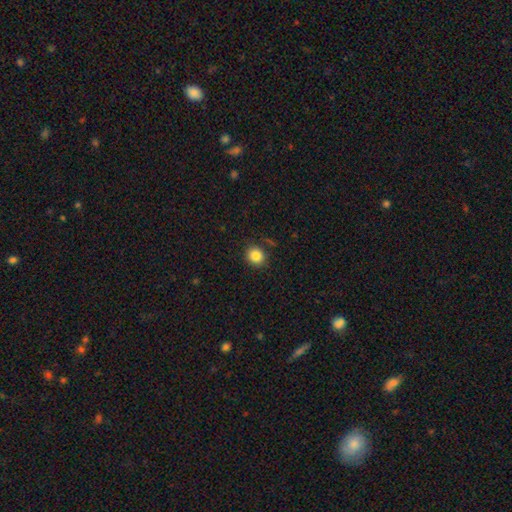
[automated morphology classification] The model was most divided on "how rounded": round: 84%, in between: 15%, cigar-shaped: 1%. More confident: merging — none (86%); smooth or featured — smooth (85%).